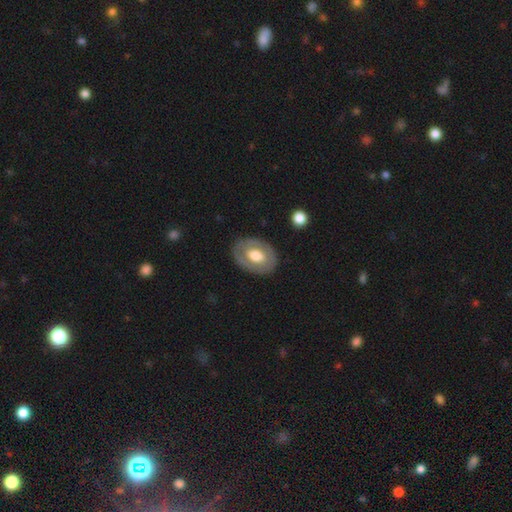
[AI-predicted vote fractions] A smooth galaxy with no disk features (50%). Merging: none (82%).